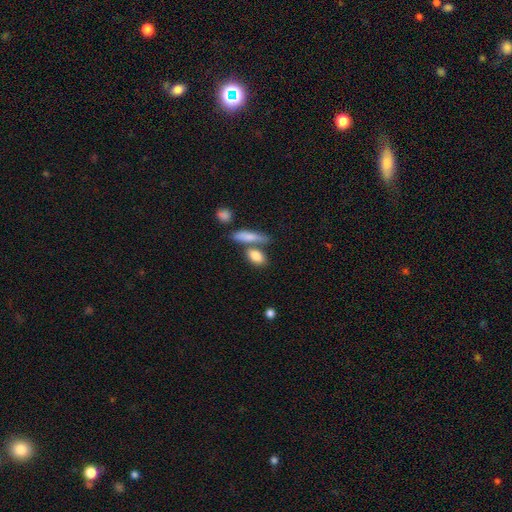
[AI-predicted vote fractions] Smooth or featured? smooth (83%)
How rounded? in between (74%)
Merging? none (53%)